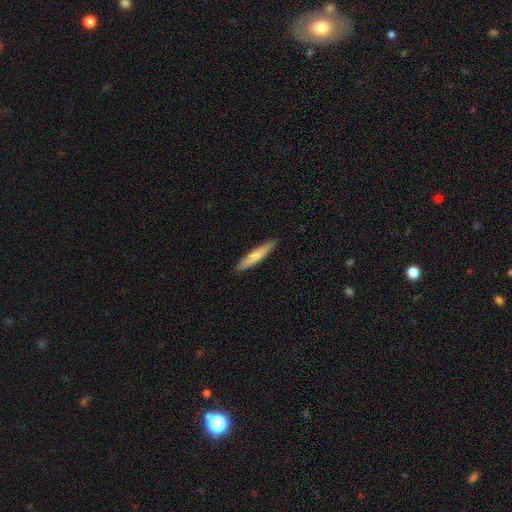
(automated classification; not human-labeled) Smooth or featured? Predicted: smooth (p=0.69). How rounded? Predicted: cigar-shaped (p=0.91). Merging? Predicted: none (p=0.90).